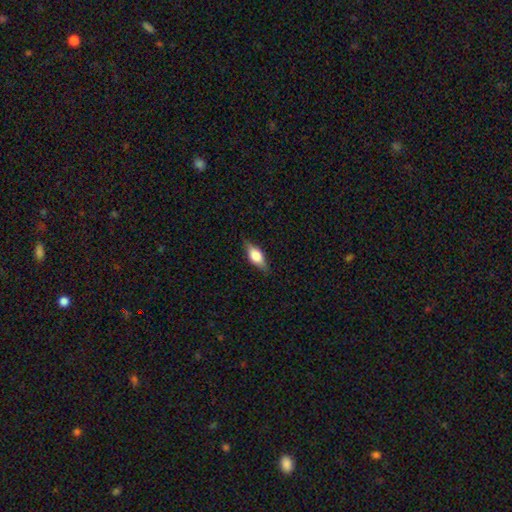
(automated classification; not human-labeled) This is possibly a smooth galaxy (59%). How rounded: likely in between (76%). Merging: clearly none (83%).